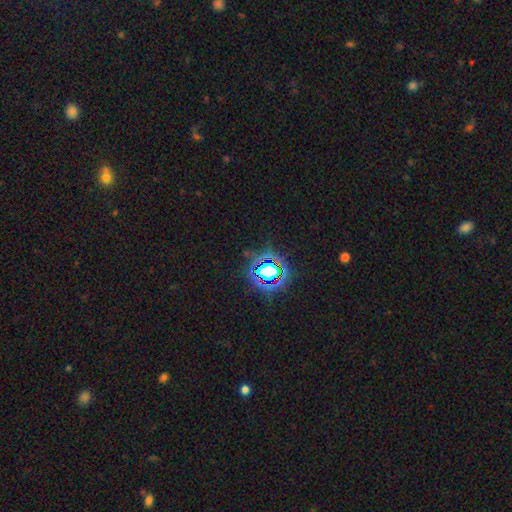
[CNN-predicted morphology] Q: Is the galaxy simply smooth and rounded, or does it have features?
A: star or artifact — 79%.